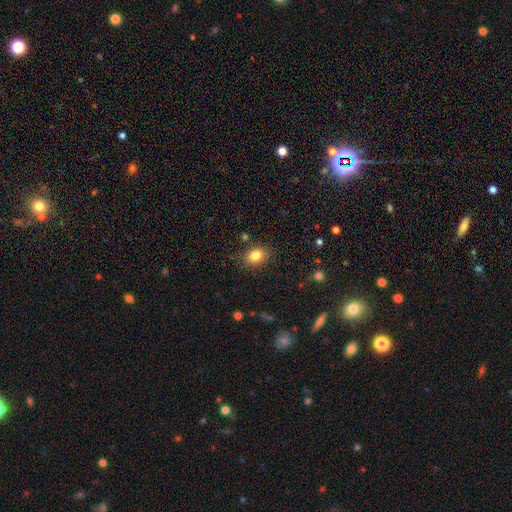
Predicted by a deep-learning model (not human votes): Overall: smooth (83%). How rounded: in between (59%; round 39%). Merging: none (84%).